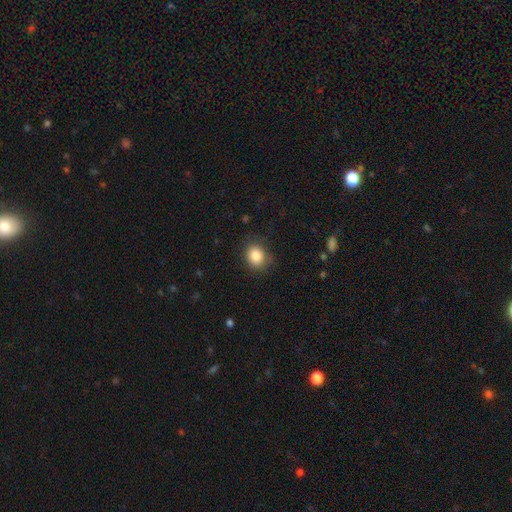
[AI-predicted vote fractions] smooth_or_featured: smooth (p=0.86) [alt: star or artifact p=0.09]
how_rounded: round (p=0.53) [alt: in between p=0.46]
merging: none (p=0.79) [alt: minor disturbance p=0.16]